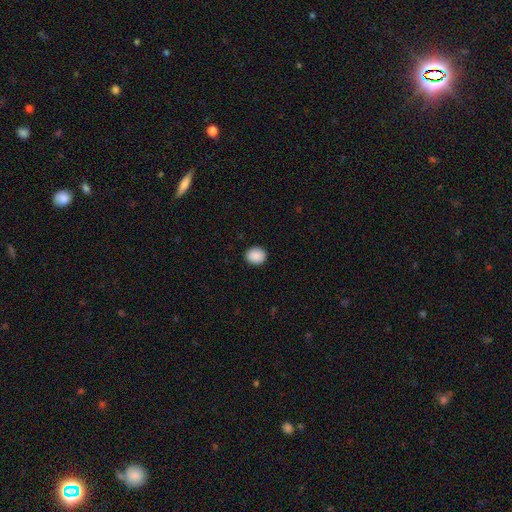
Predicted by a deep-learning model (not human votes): smooth 90%, star or artifact 8%, featured or disk 3%. Down the decision tree: how rounded — round (74%); merging — none (92%).